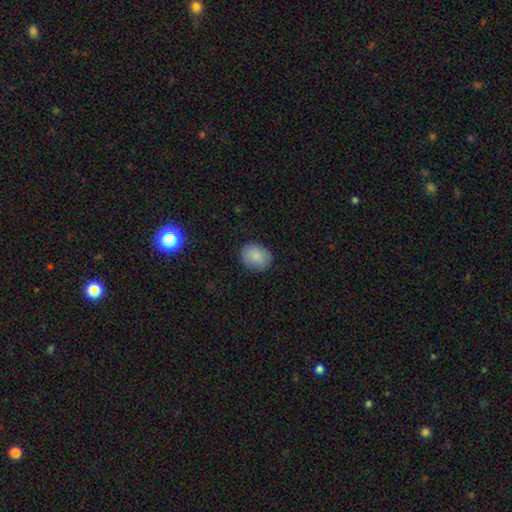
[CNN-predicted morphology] The model was most divided on "how rounded": in between: 50%, round: 49%, cigar-shaped: 1%. More confident: smooth or featured — smooth (85%); merging — none (84%).